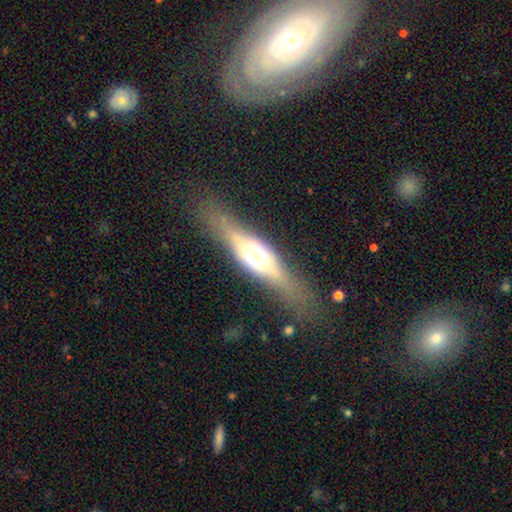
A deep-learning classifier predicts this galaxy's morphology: The model was most divided on "smooth or featured": featured or disk: 59%, smooth: 34%, star or artifact: 7%. More confident: edge-on disk — yes (89%); edge-on bulge — rounded (87%); merging — none (80%).